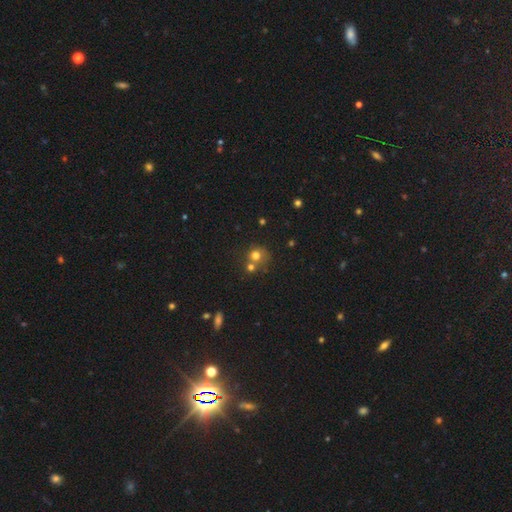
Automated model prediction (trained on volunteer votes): smooth-or-featured: smooth: 70% | star or artifact: 16% | featured or disk: 14%
  how-rounded: round: 82% | in between: 17% | cigar-shaped: 1%
  merging: merger: 43% | none: 42% | minor disturbance: 10% | major disturbance: 6%